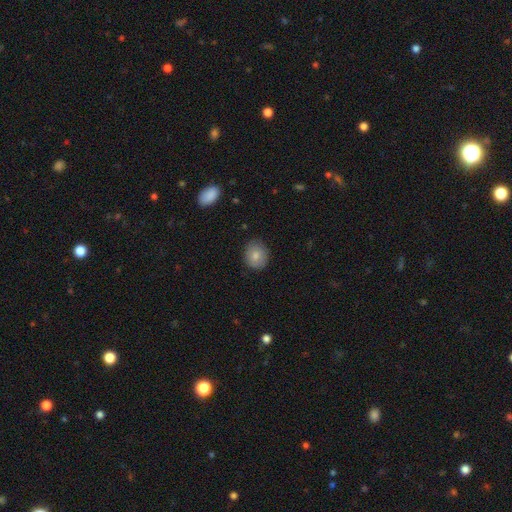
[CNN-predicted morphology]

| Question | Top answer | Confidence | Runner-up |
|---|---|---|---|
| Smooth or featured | smooth | 79% | featured or disk (13%) |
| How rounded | round | 67% | in between (32%) |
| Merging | none | 81% | minor disturbance (15%) |